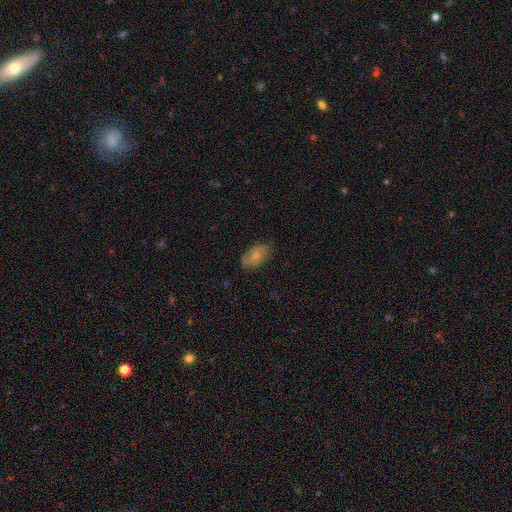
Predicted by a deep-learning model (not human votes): Morphology: type=smooth (67%); roundness=in between (92%); merging=none (76%).